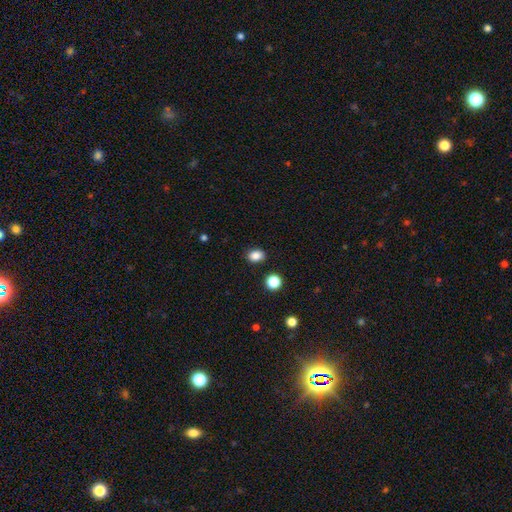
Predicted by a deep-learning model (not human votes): This is clearly a smooth galaxy (85%). How rounded: possibly in between (59%). Merging: clearly none (88%).